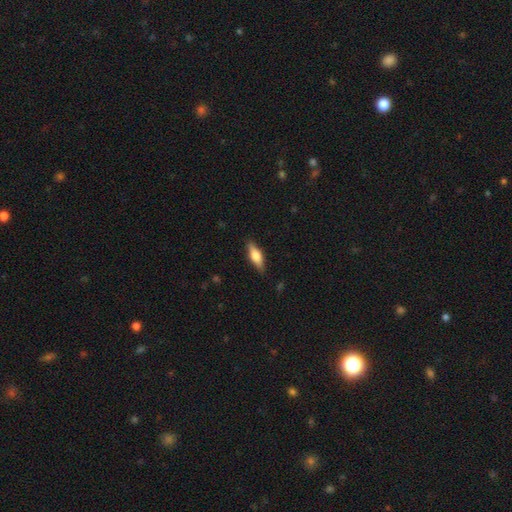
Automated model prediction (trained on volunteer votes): Overall: smooth (60%; featured or disk 34%). How rounded: in between (54%; cigar-shaped 44%). Merging: none (86%).